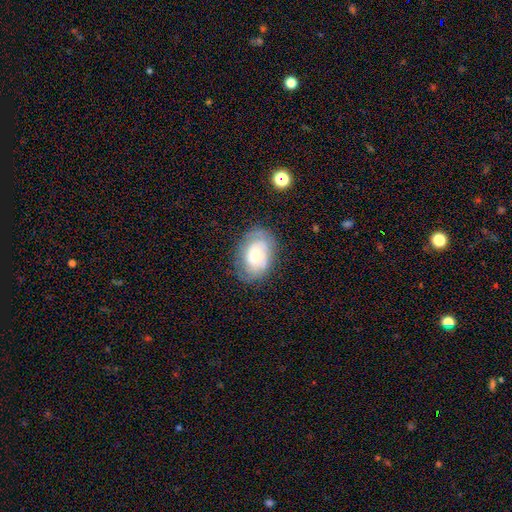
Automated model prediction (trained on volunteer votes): featured or disk 54%, smooth 38%, star or artifact 8%. Down the decision tree: edge-on disk — no (95%); bar — no (78%); spiral arms — yes (72%); bulge size — moderate (50%); merging — none (74%).